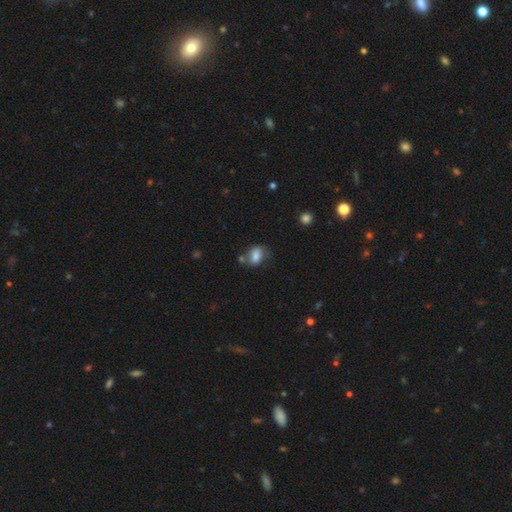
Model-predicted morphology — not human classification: type=smooth (79%); roundness=in between (76%); merging=none (58%).